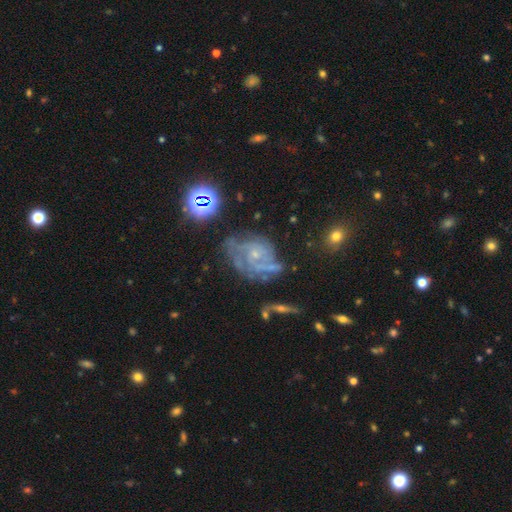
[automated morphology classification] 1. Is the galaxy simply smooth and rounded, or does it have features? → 77% featured or disk, 13% star or artifact, 10% smooth.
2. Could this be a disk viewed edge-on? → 97% no, 3% yes.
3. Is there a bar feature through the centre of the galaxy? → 72% no, 23% weak, 5% strong.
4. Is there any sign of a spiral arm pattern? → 91% yes, 9% no.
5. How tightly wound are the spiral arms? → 53% tight, 36% medium, 11% loose.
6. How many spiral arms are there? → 32% can't tell, 24% 3, 23% 2, 8% 4, 7% 1, 6% more than 4.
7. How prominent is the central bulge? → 75% small, 18% moderate, 5% none, 1% large, 1% dominant.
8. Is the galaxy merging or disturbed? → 49% none, 24% minor disturbance, 21% major disturbance, 6% merger.